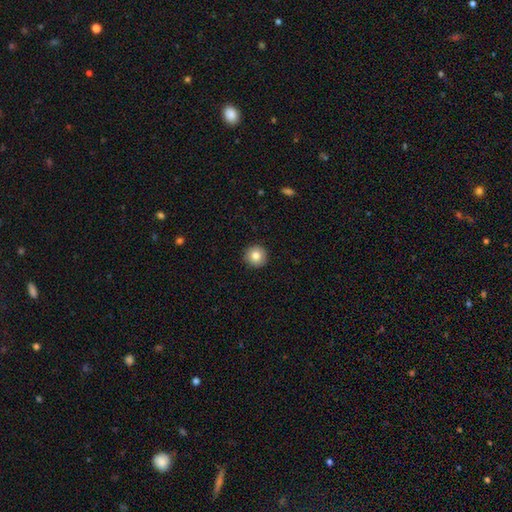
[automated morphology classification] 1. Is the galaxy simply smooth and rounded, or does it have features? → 82% smooth, 9% featured or disk, 9% star or artifact.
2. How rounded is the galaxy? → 96% round, 3% in between, 1% cigar-shaped.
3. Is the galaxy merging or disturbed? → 93% none, 5% minor disturbance, 1% major disturbance, 1% merger.